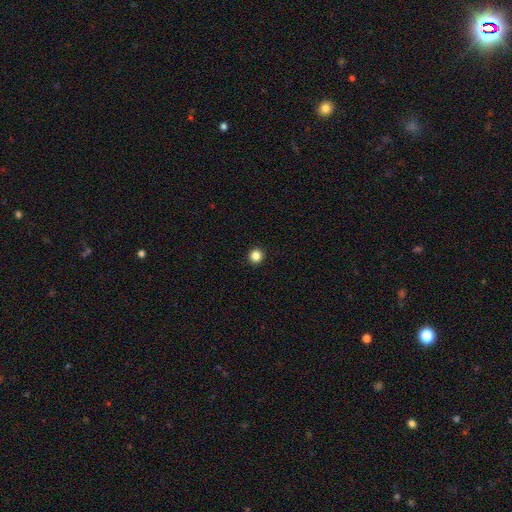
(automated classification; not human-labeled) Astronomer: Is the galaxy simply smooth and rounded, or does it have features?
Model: smooth — 85%.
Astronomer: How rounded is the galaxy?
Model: round — 95%.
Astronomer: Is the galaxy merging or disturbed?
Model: none — 94%.